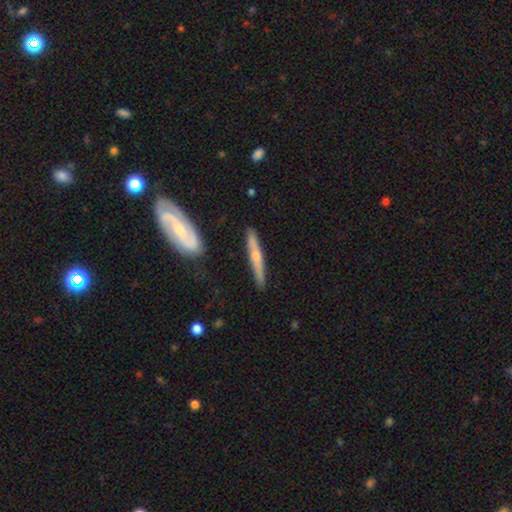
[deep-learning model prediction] This is likely a featured or disk galaxy (68%). It is clearly viewed edge-on (82%). Edge-on bulge: clearly rounded (81%). Merging: likely none (78%).